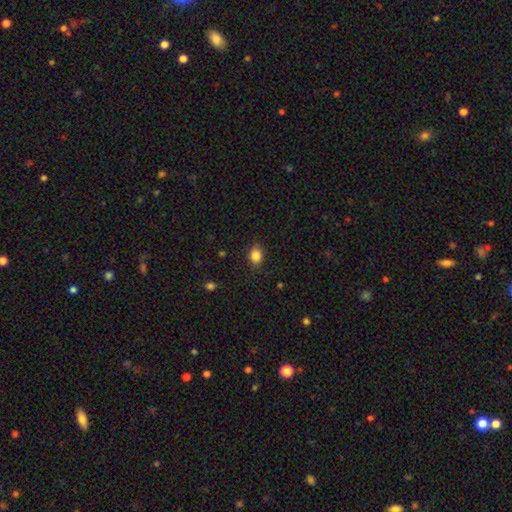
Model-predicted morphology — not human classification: Smooth or featured? smooth (85%)
How rounded? in between (60%)
Merging? none (87%)